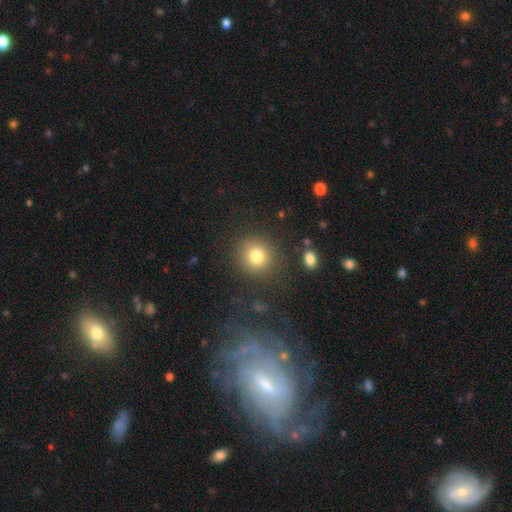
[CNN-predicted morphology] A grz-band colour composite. It shows a smooth galaxy with no disk features (80%) that is round (84%). Merging: none (84%).